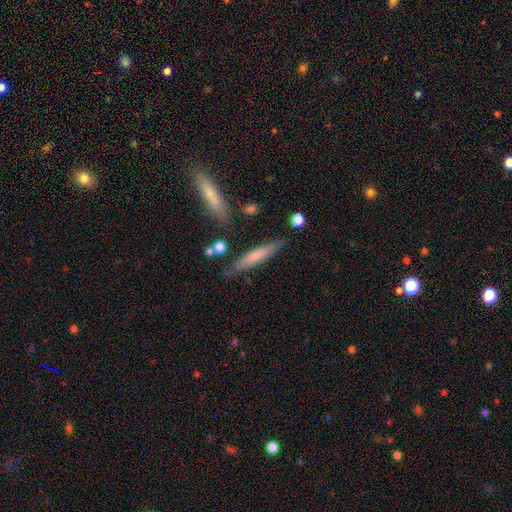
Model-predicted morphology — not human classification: Smooth or featured? smooth (61%)
How rounded? cigar-shaped (90%)
Merging? none (80%)